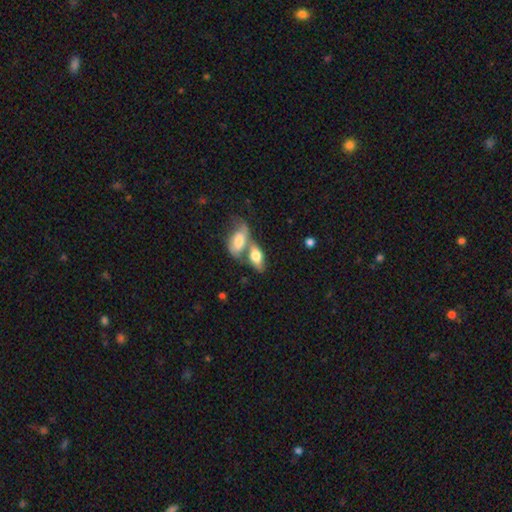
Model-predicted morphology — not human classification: Q: Smooth or featured?
A: smooth (62%); runner-up: featured or disk (31%)
Q: How rounded?
A: in between (86%); runner-up: cigar-shaped (9%)
Q: Merging?
A: merger (62%); runner-up: none (23%)